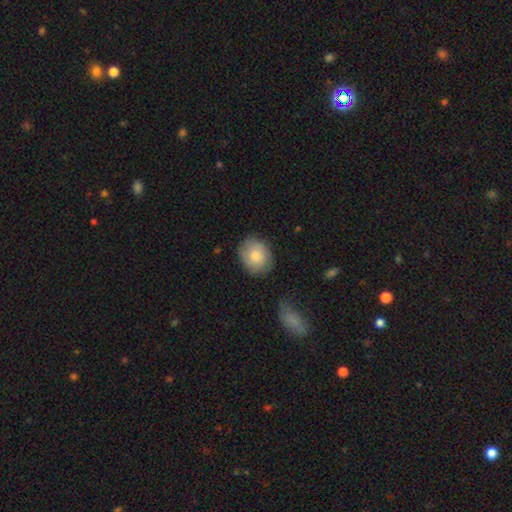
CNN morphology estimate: Smooth or featured? Predicted: smooth (p=0.76). How rounded? Predicted: round (p=0.59). Merging? Predicted: none (p=0.77).